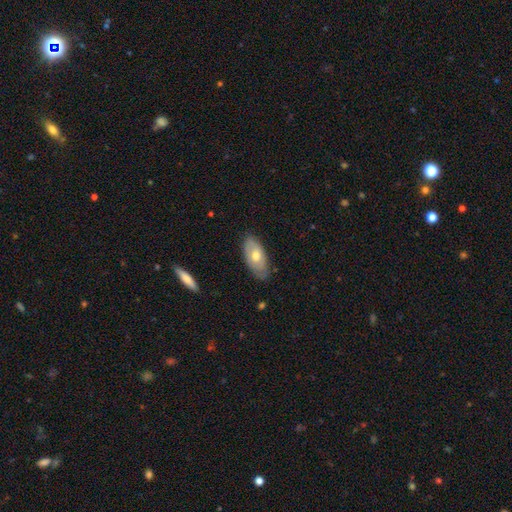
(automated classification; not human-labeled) Morphology: type=smooth (59%); roundness=in between (92%); merging=none (75%).